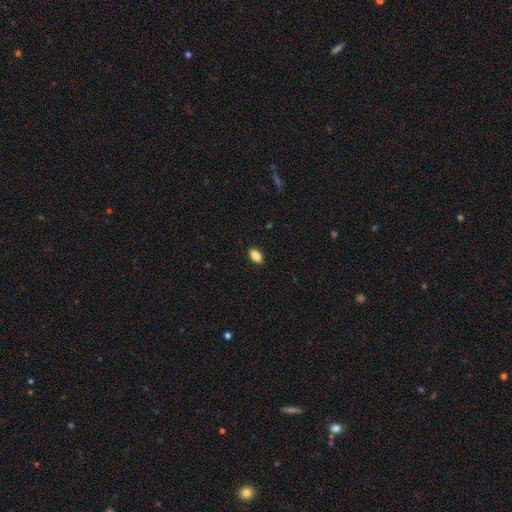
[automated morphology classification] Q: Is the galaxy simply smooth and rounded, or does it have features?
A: smooth — 86%.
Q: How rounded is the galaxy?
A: in between — 90%.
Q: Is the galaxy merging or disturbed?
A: none — 89%.